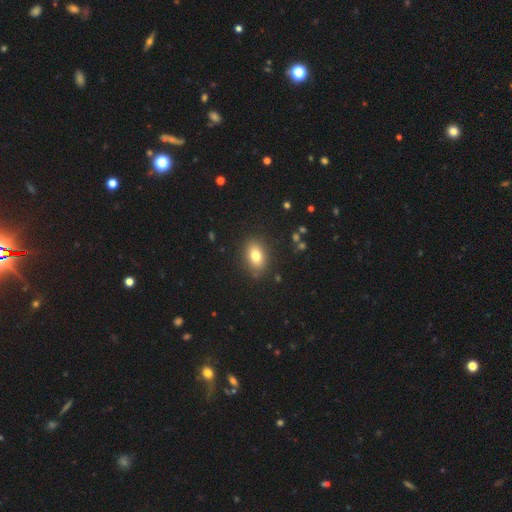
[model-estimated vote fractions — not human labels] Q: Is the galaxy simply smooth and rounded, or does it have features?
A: smooth — 79%.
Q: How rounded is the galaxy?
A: in between — 79%.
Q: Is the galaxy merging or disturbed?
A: none — 86%.